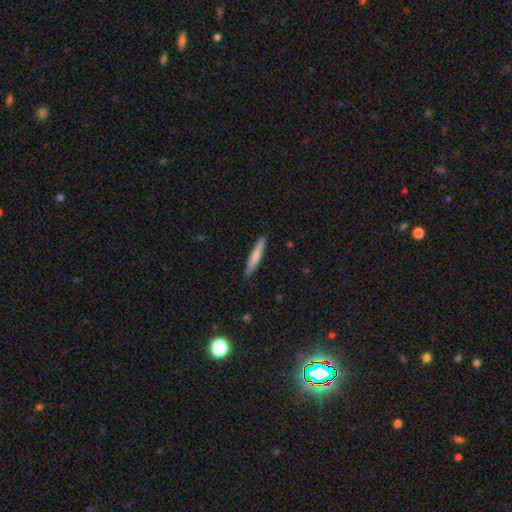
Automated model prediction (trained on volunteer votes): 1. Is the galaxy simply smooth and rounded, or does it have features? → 72% smooth, 23% featured or disk, 5% star or artifact.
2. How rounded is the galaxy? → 92% cigar-shaped, 6% in between, 1% round.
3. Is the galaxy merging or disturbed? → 88% none, 9% minor disturbance, 2% major disturbance, 1% merger.